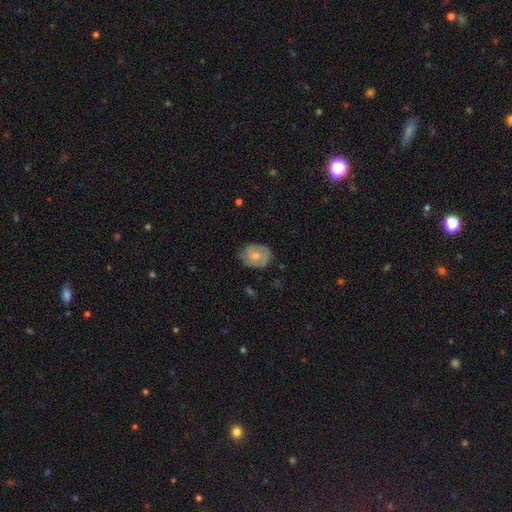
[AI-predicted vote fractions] Morphology: type=smooth (58%); roundness=in between (50%); merging=none (70%).